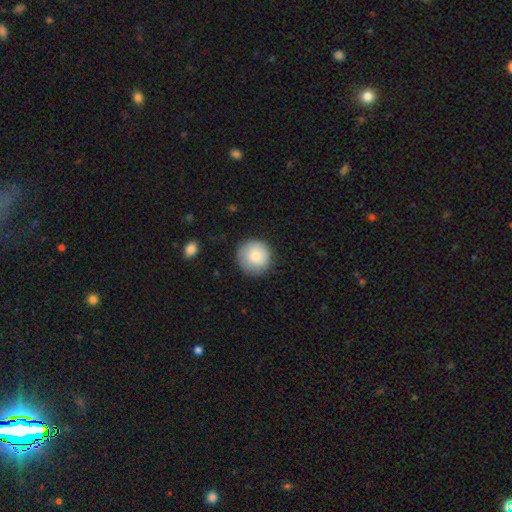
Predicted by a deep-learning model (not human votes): smooth 84%, featured or disk 9%, star or artifact 7%. Down the decision tree: how rounded — round (95%); merging — none (84%).